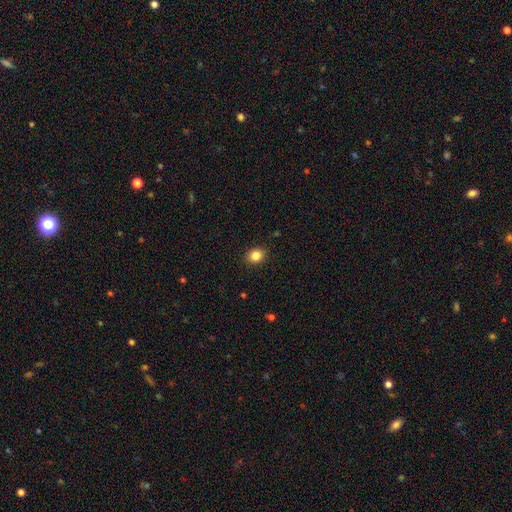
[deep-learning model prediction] Smooth or featured: smooth — 84% (star or artifact — 11%)
How rounded: round — 61% (in between — 38%)
Merging: none — 90% (minor disturbance — 7%)